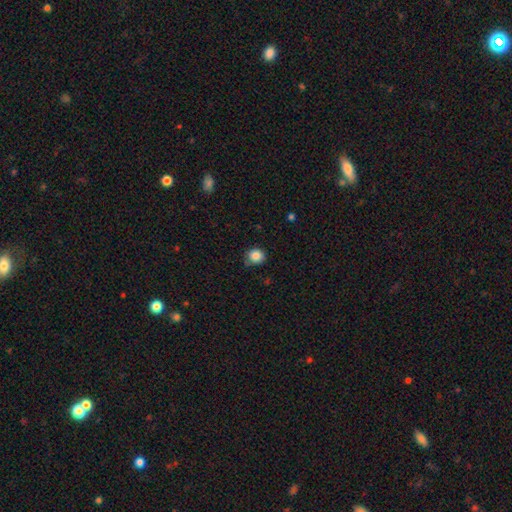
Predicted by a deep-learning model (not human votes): This appears to be a smooth galaxy with no disk features (85%) that is round (80%). Merging: none (74%).